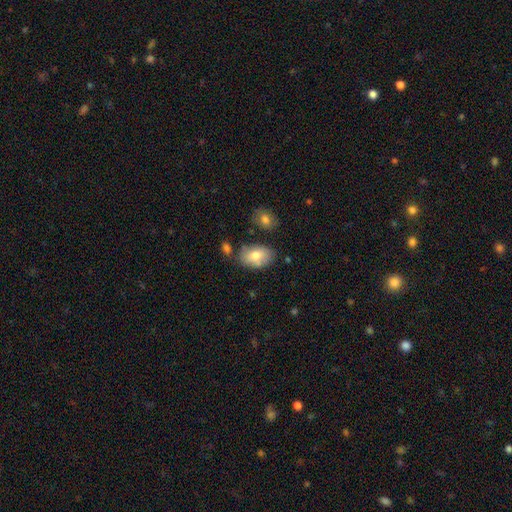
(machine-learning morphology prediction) Overall: smooth (75%). How rounded: in between (90%). Merging: none (69%).